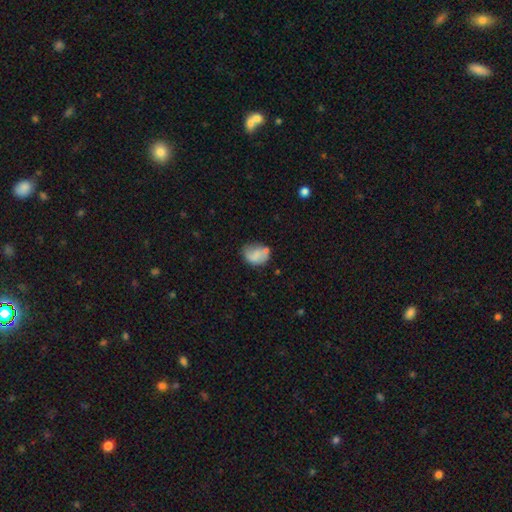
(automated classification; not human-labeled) Overall: smooth (71%). How rounded: in between (52%; round 47%). Merging: none (49%; minor disturbance 30%).